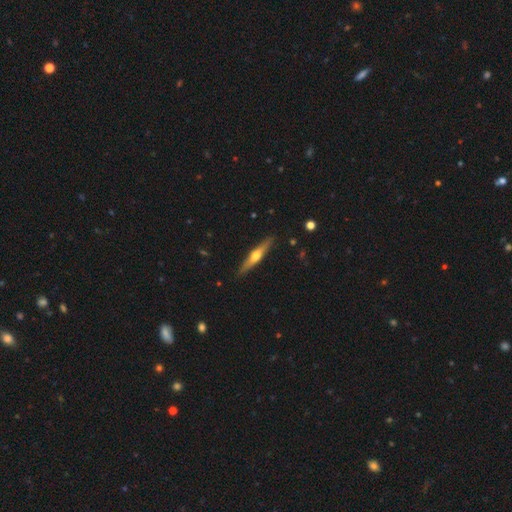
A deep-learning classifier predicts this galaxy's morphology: A featured or disk galaxy (62%) viewed edge-on (96%) with a rounded central bulge (91%).

Vote fractions:
- Smooth or featured? featured or disk: 62% / smooth: 32% / star or artifact: 5%
- Edge-on disk? yes: 96% / no: 4%
- Edge-on bulge? rounded: 91% / none: 5% / boxy: 3%
- Merging? none: 89% / minor disturbance: 8% / major disturbance: 2% / merger: 1%